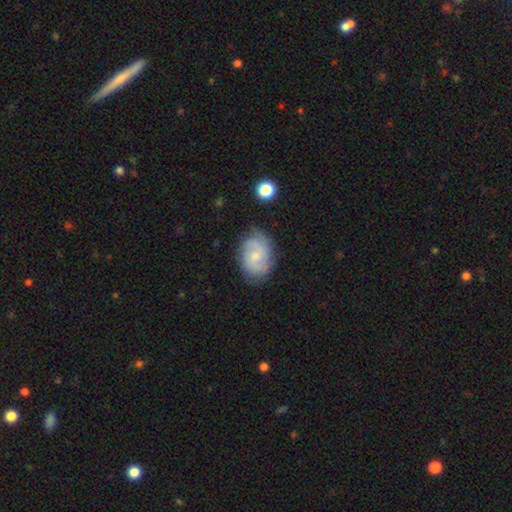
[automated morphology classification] Smooth or featured: featured or disk — 63% (smooth — 30%)
Edge-on disk: no — 97% (yes — 3%)
Bar: no — 58% (weak — 38%)
Spiral arms: yes — 90% (no — 10%)
Spiral winding: medium — 42% (tied with tight — 42%)
Spiral arm count: 2 — 46% (can't tell — 28%)
Bulge size: small — 57% (moderate — 31%)
Merging: none — 73% (minor disturbance — 20%)